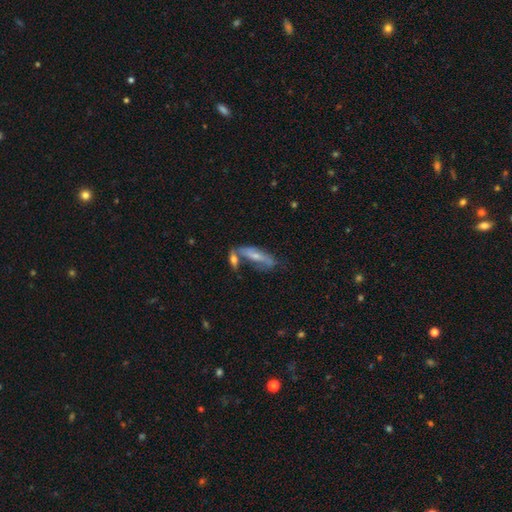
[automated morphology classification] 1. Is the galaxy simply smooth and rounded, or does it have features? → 47% smooth, 46% featured or disk, 7% star or artifact.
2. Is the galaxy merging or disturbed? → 38% none, 32% merger, 19% minor disturbance, 10% major disturbance.